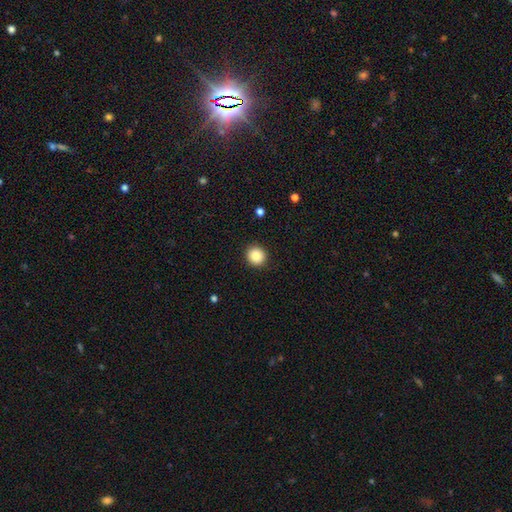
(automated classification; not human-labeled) This is clearly a smooth galaxy (86%). How rounded: clearly round (91%). Merging: clearly none (92%).